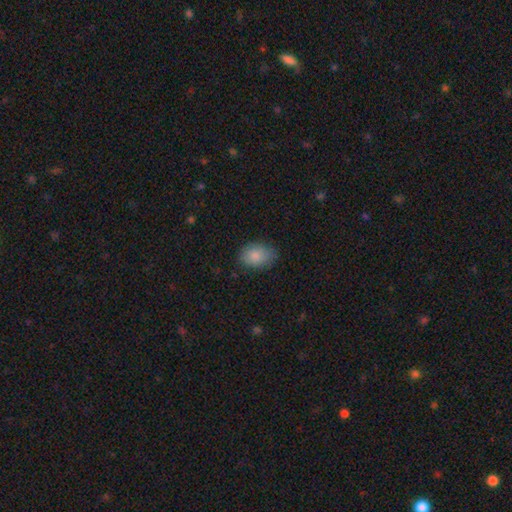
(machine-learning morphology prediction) type=smooth (86%); roundness=in between (74%); merging=none (77%).